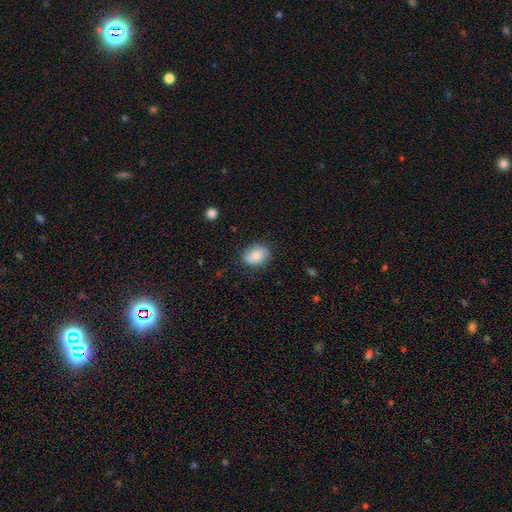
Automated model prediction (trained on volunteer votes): Smooth or featured? Predicted: smooth (p=0.81). How rounded? Predicted: in between (p=0.67). Merging? Predicted: none (p=0.79).